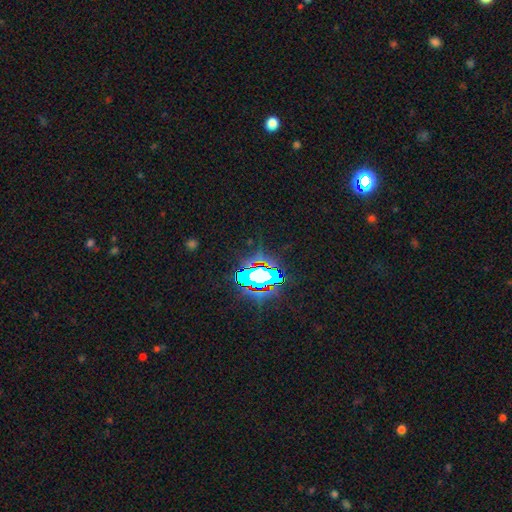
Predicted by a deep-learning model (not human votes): star or artifact 79%, smooth 13%, featured or disk 8%.